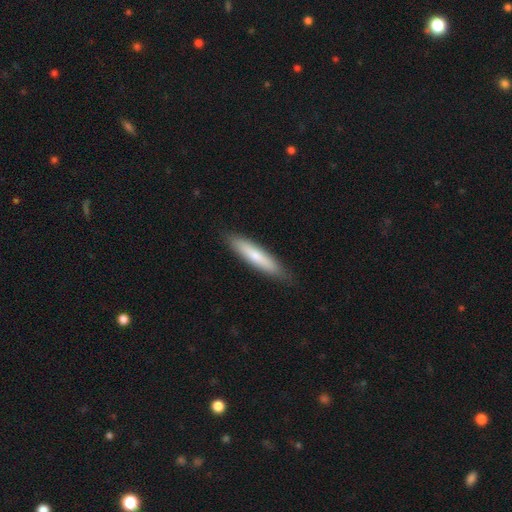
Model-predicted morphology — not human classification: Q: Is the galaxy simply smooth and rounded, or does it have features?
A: smooth — 70%.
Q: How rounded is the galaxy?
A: cigar-shaped — 86%.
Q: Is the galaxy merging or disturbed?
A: none — 87%.